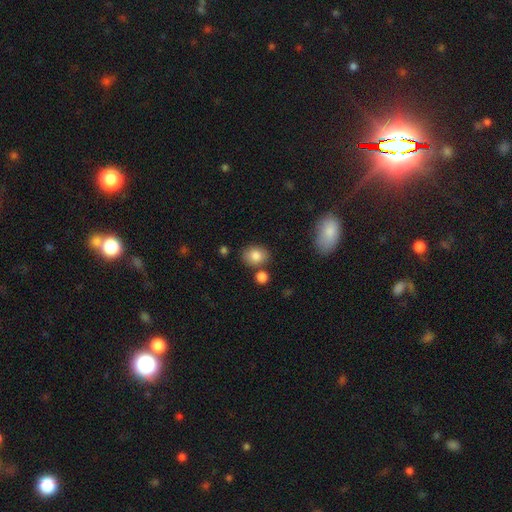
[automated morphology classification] Q: Smooth or featured?
A: smooth (83%); runner-up: star or artifact (9%)
Q: How rounded?
A: in between (52%); runner-up: round (46%)
Q: Merging?
A: none (75%); runner-up: minor disturbance (12%)